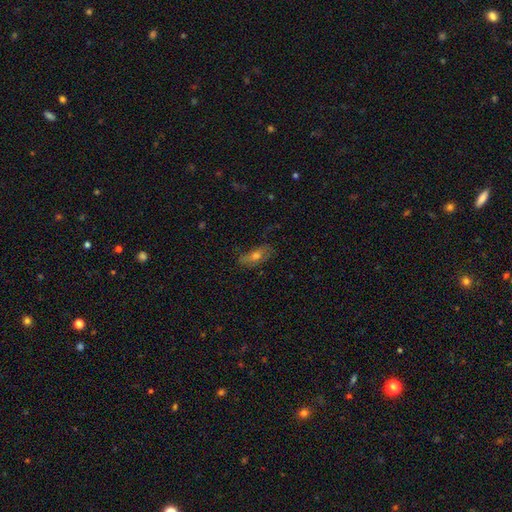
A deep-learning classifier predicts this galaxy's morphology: Overall: smooth (46%; featured or disk 39%). Merging: none (66%).